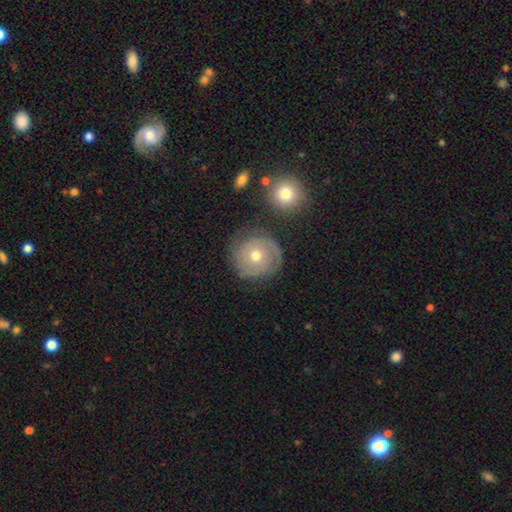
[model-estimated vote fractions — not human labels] Smooth or featured? Predicted: featured or disk (p=0.64). Edge-on disk? Predicted: no (p=0.97). Bar? Predicted: no (p=0.82). Spiral arms? Predicted: yes (p=0.84). Spiral winding? Predicted: tight (p=0.67). Spiral arm count? Predicted: 2 (p=0.59). Bulge size? Predicted: moderate (p=0.74). Merging? Predicted: none (p=0.77).